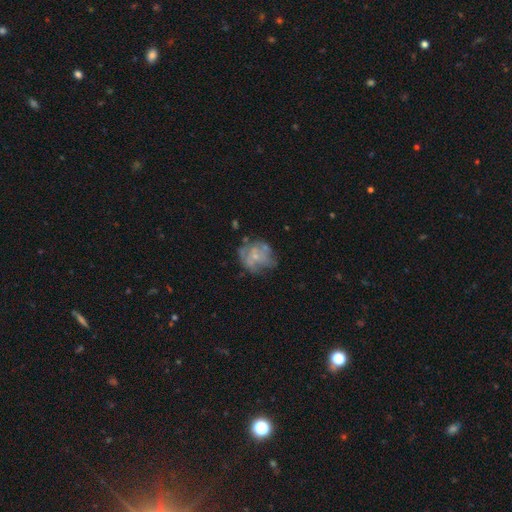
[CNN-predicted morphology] smooth_or_featured: featured or disk (p=0.57) [alt: smooth p=0.33]
disk_edge_on: no (p=0.98) [alt: yes p=0.02]
bar: no (p=0.87) [alt: weak p=0.11]
has_spiral_arms: no (p=0.68) [alt: yes p=0.32]
bulge_size: small (p=0.65) [alt: moderate p=0.19]
merging: none (p=0.48) [alt: minor disturbance p=0.25]